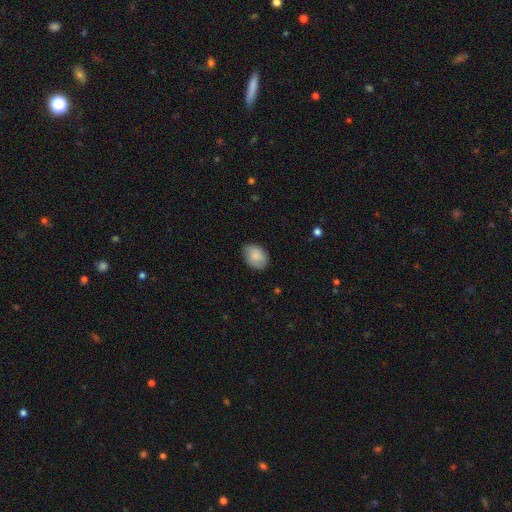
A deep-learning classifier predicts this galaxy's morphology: smooth 82%, featured or disk 11%, star or artifact 7%. Down the decision tree: how rounded — in between (70%); merging — none (75%).